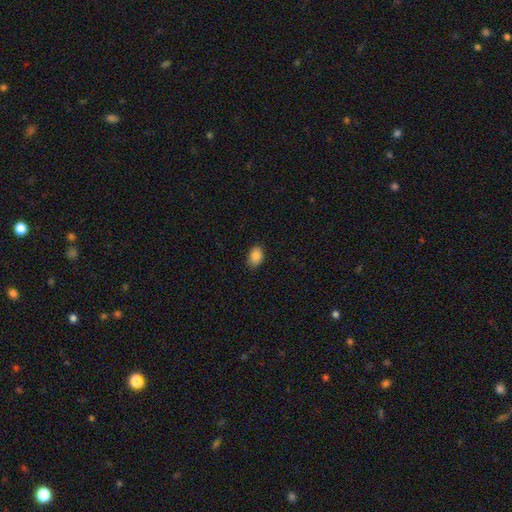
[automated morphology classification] Smooth or featured? smooth (86%)
How rounded? in between (78%)
Merging? none (83%)